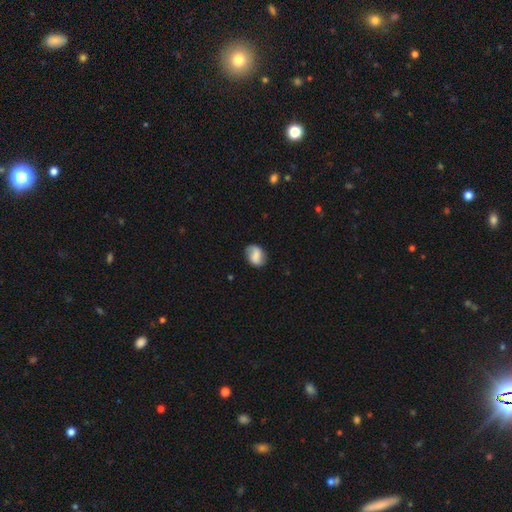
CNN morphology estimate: type=smooth (59%); roundness=in between (62%); merging=none (67%).